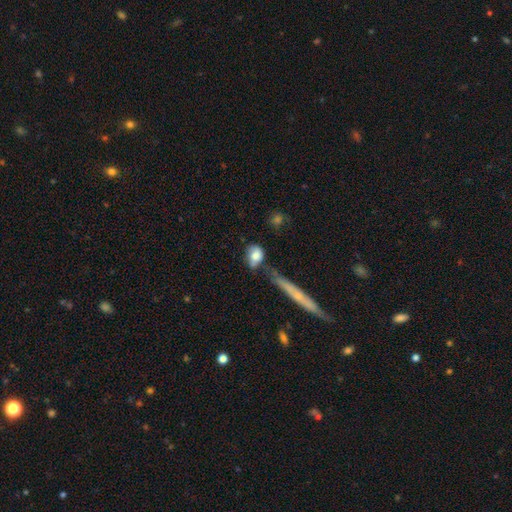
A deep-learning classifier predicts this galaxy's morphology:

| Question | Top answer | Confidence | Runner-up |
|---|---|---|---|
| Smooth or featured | smooth | 74% | featured or disk (18%) |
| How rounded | in between | 60% | round (34%) |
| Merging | none | 42% | minor disturbance (26%) |